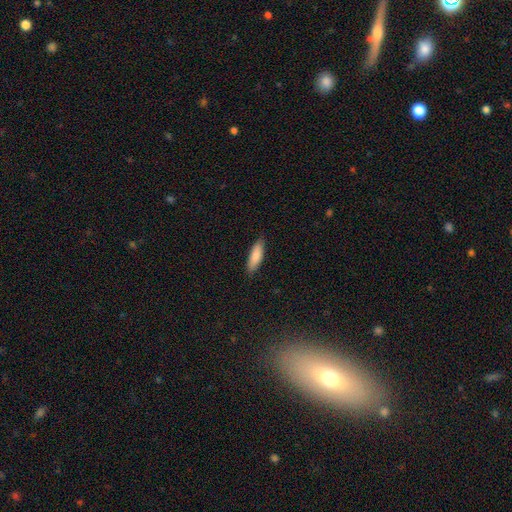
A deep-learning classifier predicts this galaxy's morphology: This is clearly a smooth galaxy (86%). How rounded: possibly cigar-shaped (49%, tied with in between). Merging: clearly none (86%).